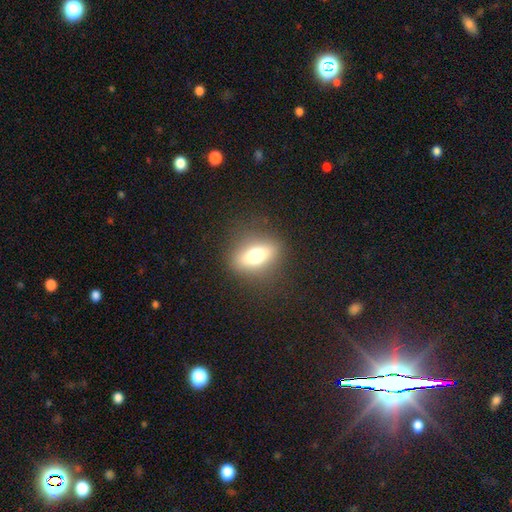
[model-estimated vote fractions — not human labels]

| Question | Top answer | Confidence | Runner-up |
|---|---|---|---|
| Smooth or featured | smooth | 60% | featured or disk (28%) |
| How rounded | in between | 62% | round (28%) |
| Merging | none | 85% | minor disturbance (10%) |